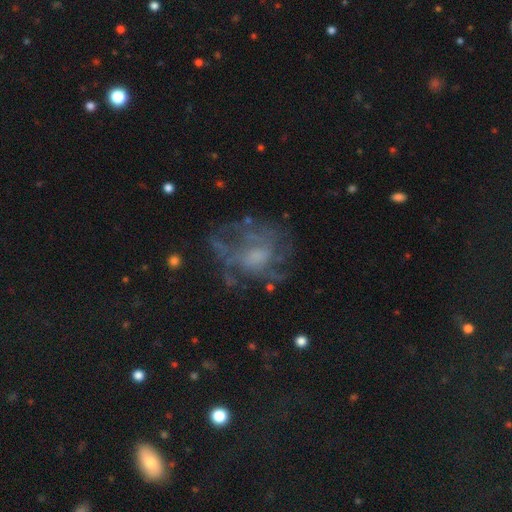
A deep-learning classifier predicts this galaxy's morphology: This appears to be a featured or disk galaxy (63%) with no bar (76%), spiral arms (51%) and a moderate central bulge (38%). Merging: none (52%).